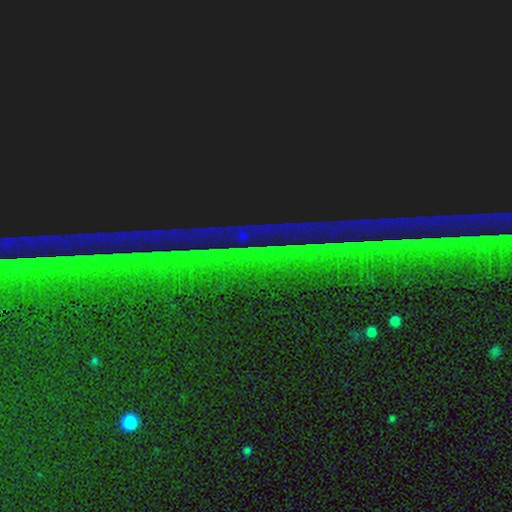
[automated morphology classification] This is clearly a star or artifact rather than a galaxy (87%).